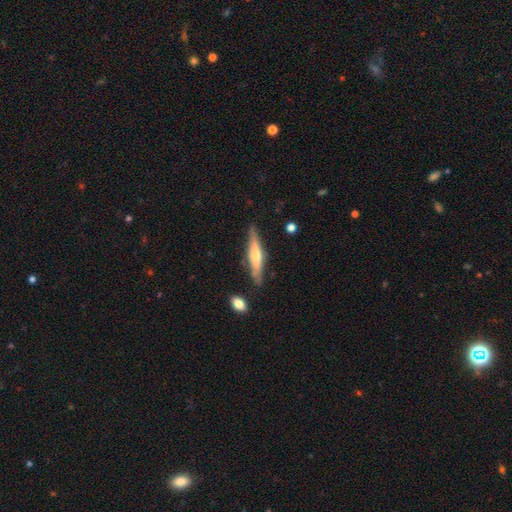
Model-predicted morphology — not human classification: This is possibly a featured or disk galaxy (56%). It is clearly viewed edge-on (95%). Edge-on bulge: likely rounded (64%). Merging: clearly none (81%).